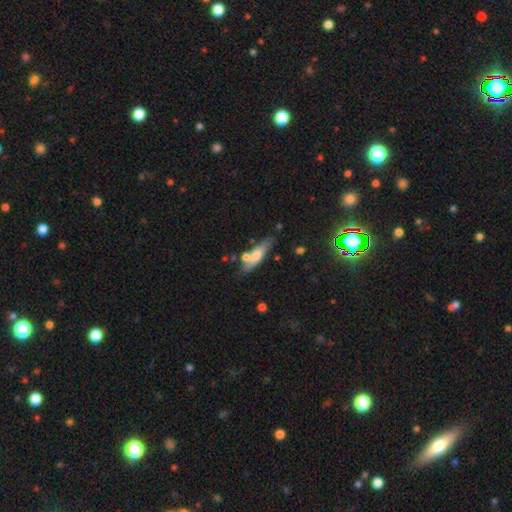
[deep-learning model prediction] Smooth or featured: smooth — 62% (featured or disk — 32%)
How rounded: cigar-shaped — 60% (in between — 37%)
Merging: none — 65% (minor disturbance — 17%)